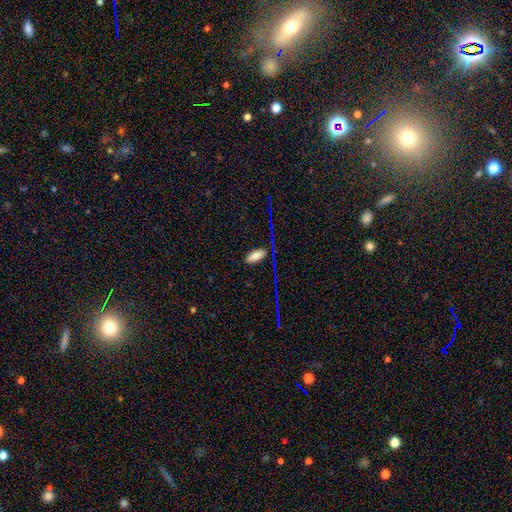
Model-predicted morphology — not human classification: Q: Smooth or featured?
A: smooth (78%); runner-up: star or artifact (13%)
Q: How rounded?
A: in between (83%); runner-up: cigar-shaped (15%)
Q: Merging?
A: none (79%); runner-up: minor disturbance (15%)